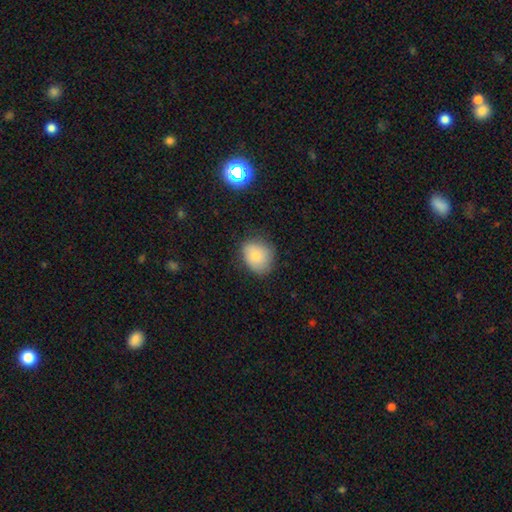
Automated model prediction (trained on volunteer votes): The model was most divided on "how rounded": round: 59%, in between: 40%, cigar-shaped: 1%. More confident: smooth or featured — smooth (77%); merging — none (71%).